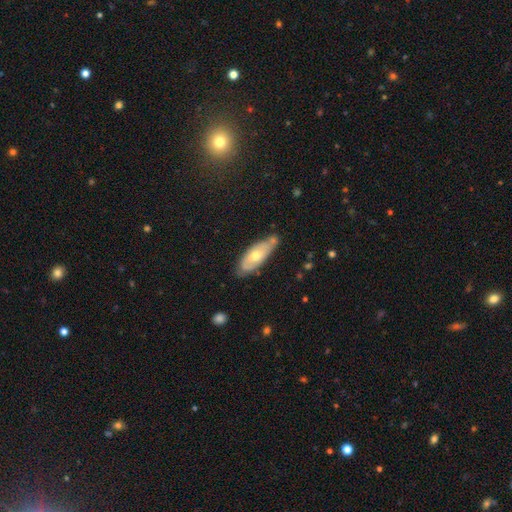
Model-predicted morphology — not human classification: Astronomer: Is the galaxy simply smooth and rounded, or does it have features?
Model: smooth — 48% (runner-up: featured or disk, 46%).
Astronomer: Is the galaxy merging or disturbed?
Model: none — 62%.